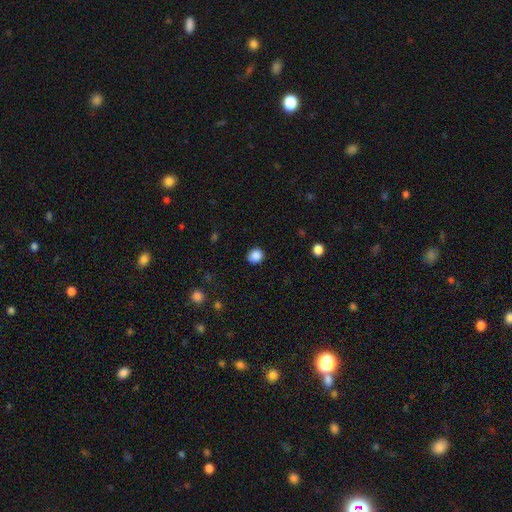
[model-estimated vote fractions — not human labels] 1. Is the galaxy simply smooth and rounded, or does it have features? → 87% smooth, 10% star or artifact, 3% featured or disk.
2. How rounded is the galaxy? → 79% round, 21% in between, 1% cigar-shaped.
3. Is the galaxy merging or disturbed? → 89% none, 7% minor disturbance, 2% major disturbance, 1% merger.